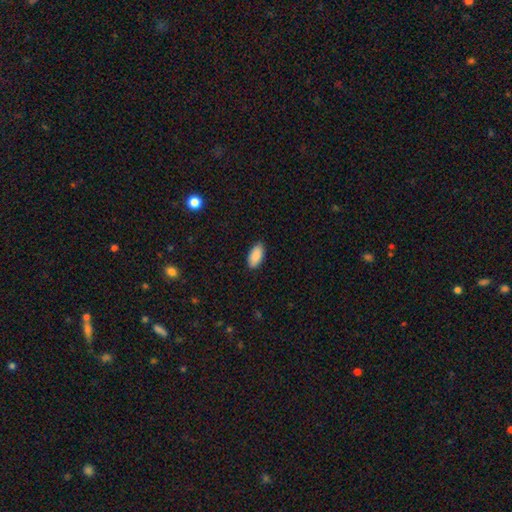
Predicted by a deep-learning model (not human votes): The model was most divided on "merging": none: 88%, minor disturbance: 9%, major disturbance: 2%, merger: 1%. More confident: how rounded — in between (92%); smooth or featured — smooth (90%).